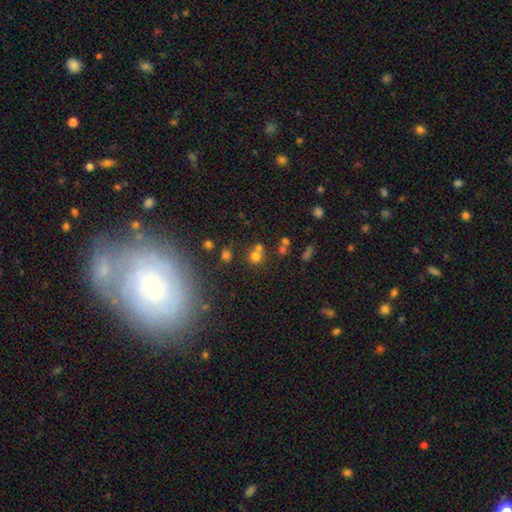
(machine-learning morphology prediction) Q: Smooth or featured?
A: smooth (67%); runner-up: star or artifact (21%)
Q: How rounded?
A: round (83%); runner-up: in between (16%)
Q: Merging?
A: none (47%); runner-up: merger (41%)